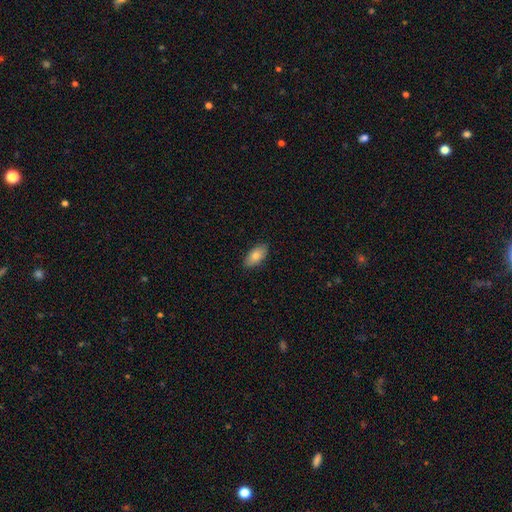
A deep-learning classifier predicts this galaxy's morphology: Overall: smooth (82%). How rounded: in between (92%). Merging: none (87%).